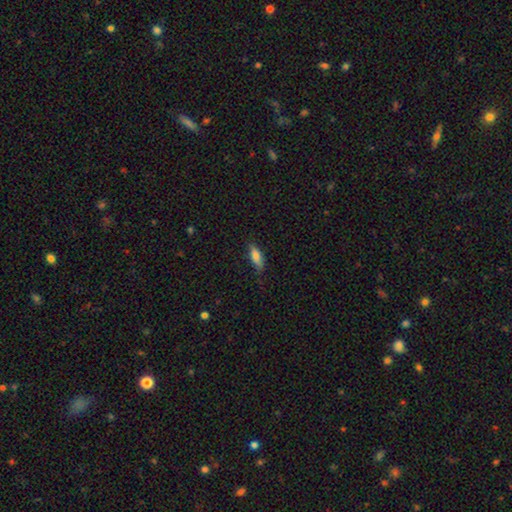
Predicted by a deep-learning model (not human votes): Smooth or featured? Predicted: smooth (p=0.76). How rounded? Predicted: in between (p=0.54). Merging? Predicted: none (p=0.74).